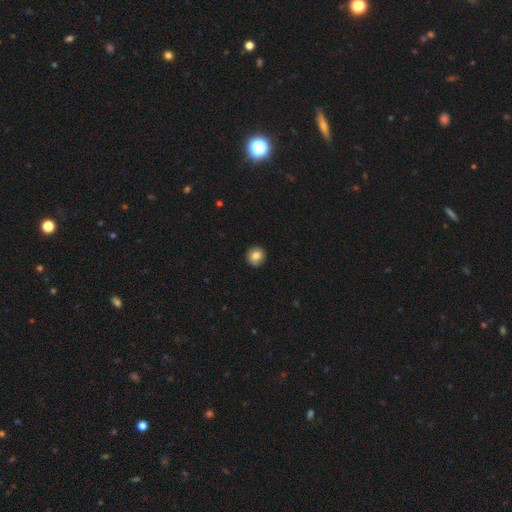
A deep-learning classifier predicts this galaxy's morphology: Overall: smooth (83%). How rounded: round (90%). Merging: none (90%).